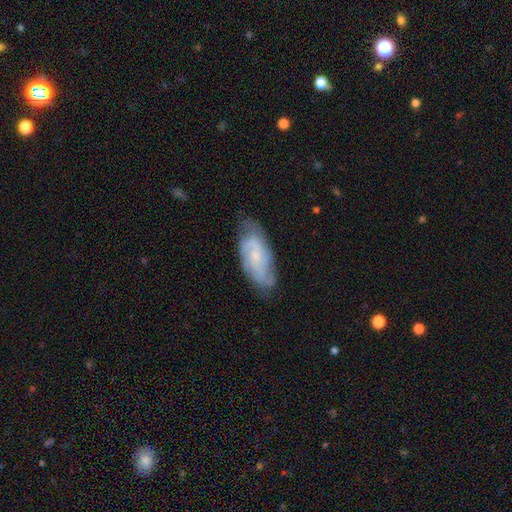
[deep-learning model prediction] Smooth or featured? featured or disk (72%)
Edge-on disk? no (93%)
Bar? no (50%)
Spiral arms? yes (93%)
Spiral winding? medium (45%)
Spiral arm count? 2 (44%)
Bulge size? small (57%)
Merging? none (70%)